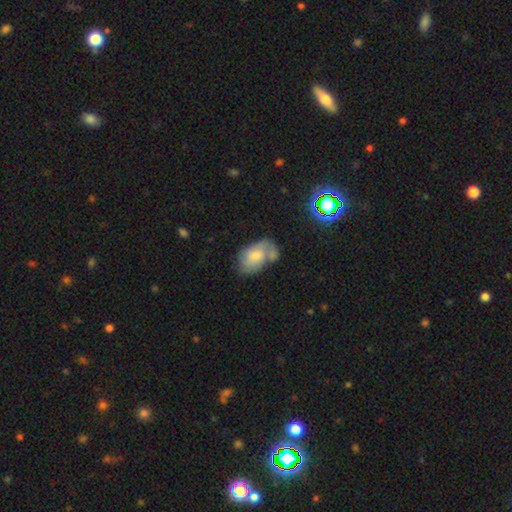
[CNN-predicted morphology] This appears to be a smooth galaxy with no disk features (63%) that is in between round and cigar-shaped (89%). Merging: none (35%).